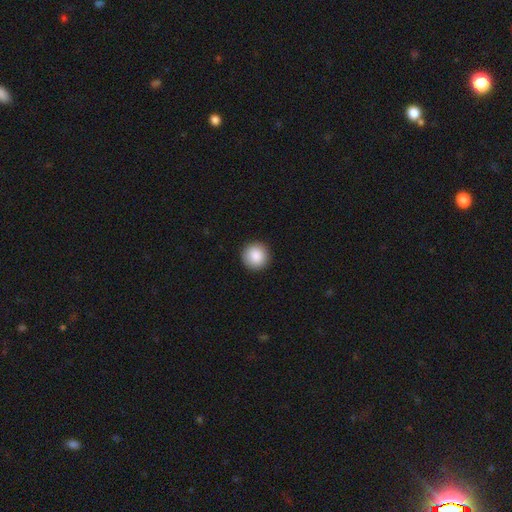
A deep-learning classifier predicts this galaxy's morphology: Overall: smooth (88%). How rounded: round (96%). Merging: none (92%).